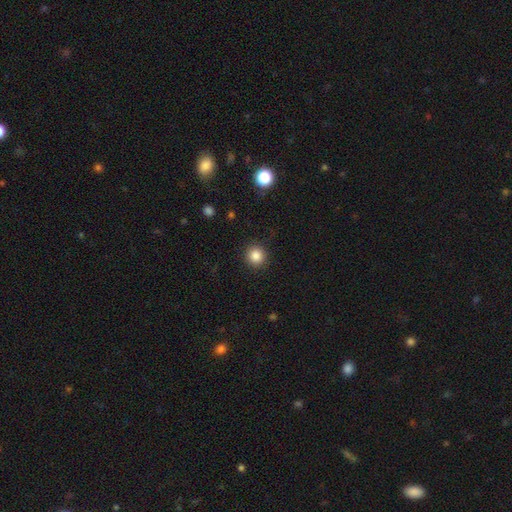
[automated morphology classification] type=smooth (85%); roundness=round (94%); merging=none (91%).